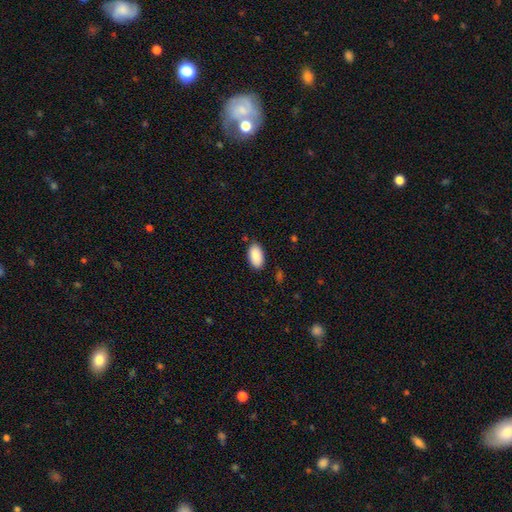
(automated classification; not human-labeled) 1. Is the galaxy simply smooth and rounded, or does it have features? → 90% smooth, 6% star or artifact, 4% featured or disk.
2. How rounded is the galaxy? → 95% in between, 3% round, 2% cigar-shaped.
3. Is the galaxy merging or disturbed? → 84% none, 12% minor disturbance, 3% major disturbance, 2% merger.